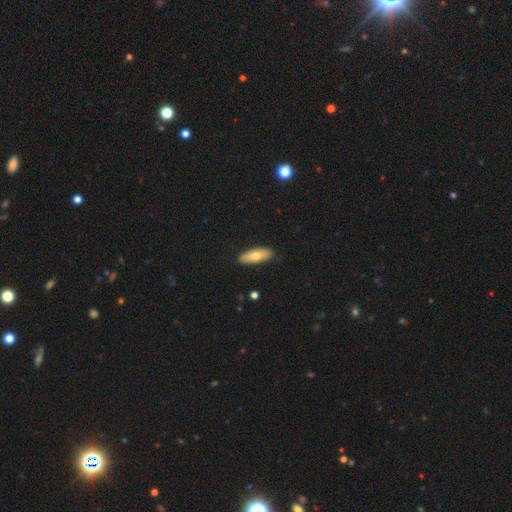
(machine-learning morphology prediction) smooth 69%, featured or disk 25%, star or artifact 6%. Down the decision tree: how rounded — in between (71%); merging — none (88%).